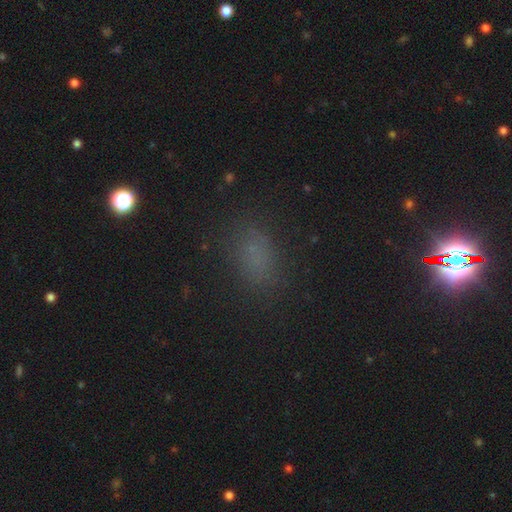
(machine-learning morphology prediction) smooth_or_featured: smooth (p=0.63) [alt: star or artifact p=0.29]
how_rounded: in between (p=0.79) [alt: round p=0.17]
merging: none (p=0.81) [alt: minor disturbance p=0.12]